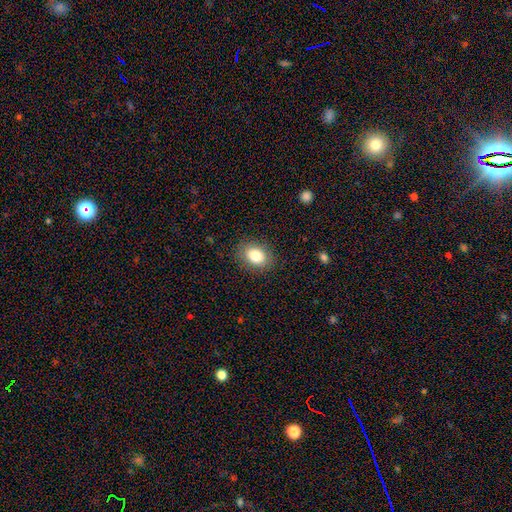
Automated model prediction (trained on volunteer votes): A smooth galaxy with no disk features (82%) that is in between round and cigar-shaped (65%). Merging: none (86%).